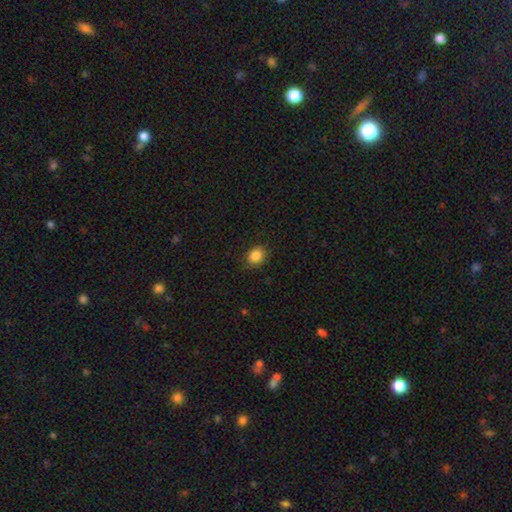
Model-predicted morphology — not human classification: This appears to be a smooth galaxy with no disk features (86%) that is round (53%). Merging: none (85%).